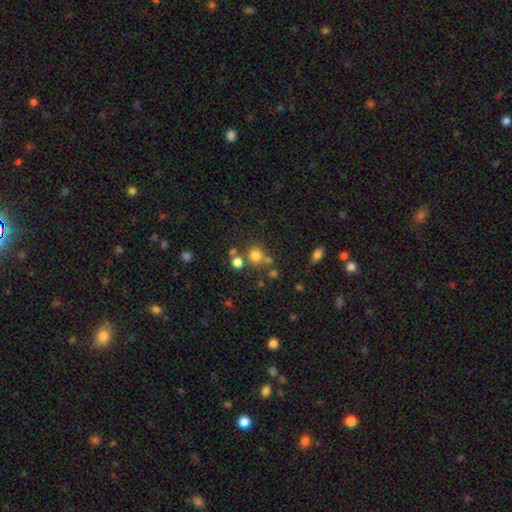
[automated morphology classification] Smooth or featured? Predicted: smooth (p=0.75). How rounded? Predicted: round (p=0.87). Merging? Predicted: none (p=0.67).